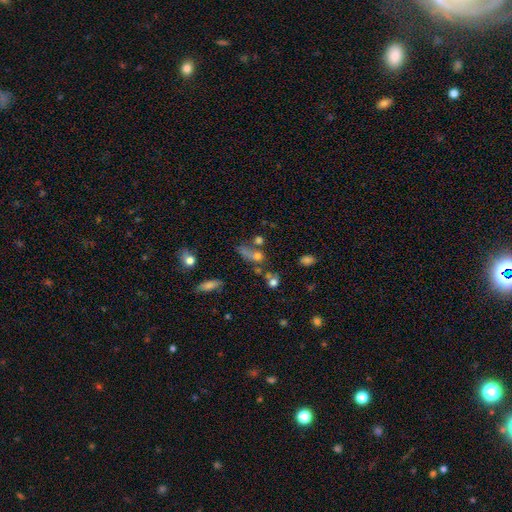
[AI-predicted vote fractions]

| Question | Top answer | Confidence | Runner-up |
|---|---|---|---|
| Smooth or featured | smooth | 50% | star or artifact (26%) |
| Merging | none | 38% | merger (32%) |